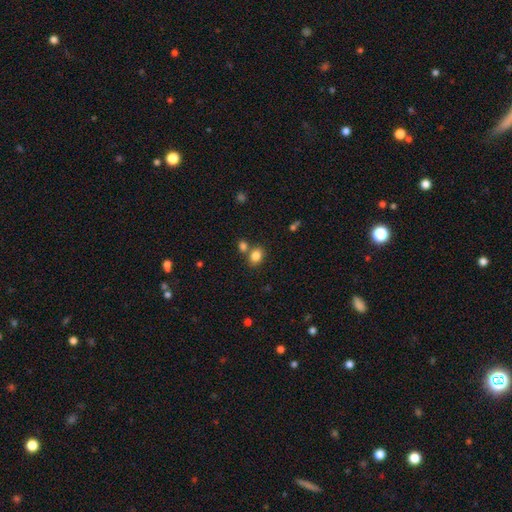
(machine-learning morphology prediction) type=smooth (84%); roundness=in between (58%); merging=none (64%).